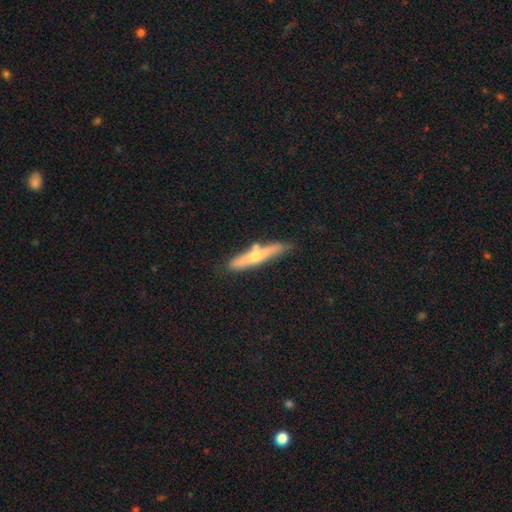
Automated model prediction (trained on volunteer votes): A featured or disk galaxy (60%) viewed edge-on (92%) with a rounded central bulge (84%).

Vote fractions:
- Smooth or featured? featured or disk: 60% / smooth: 30% / star or artifact: 10%
- Edge-on disk? yes: 92% / no: 8%
- Edge-on bulge? rounded: 84% / none: 12% / boxy: 4%
- Merging? none: 83% / minor disturbance: 12% / major disturbance: 2% / merger: 2%